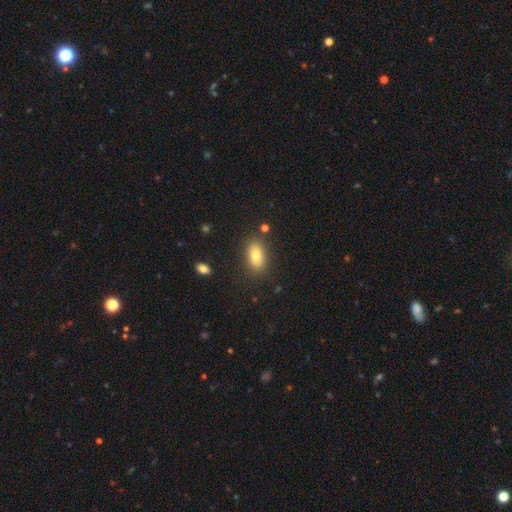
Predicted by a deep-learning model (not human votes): Smooth or featured? Predicted: smooth (p=0.79). How rounded? Predicted: in between (p=0.87). Merging? Predicted: none (p=0.84).